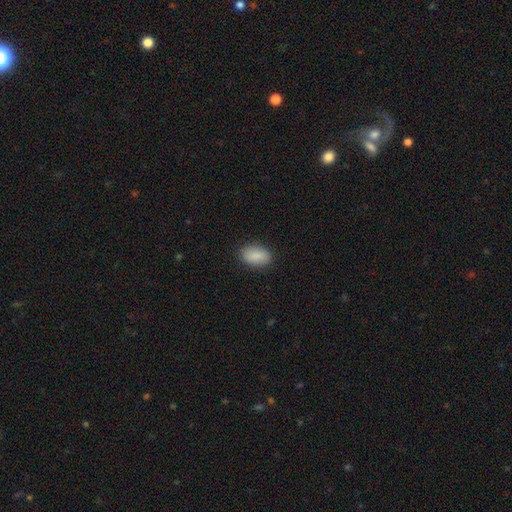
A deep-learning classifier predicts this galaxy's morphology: smooth 87%, star or artifact 7%, featured or disk 6%. Down the decision tree: how rounded — in between (91%); merging — none (86%).